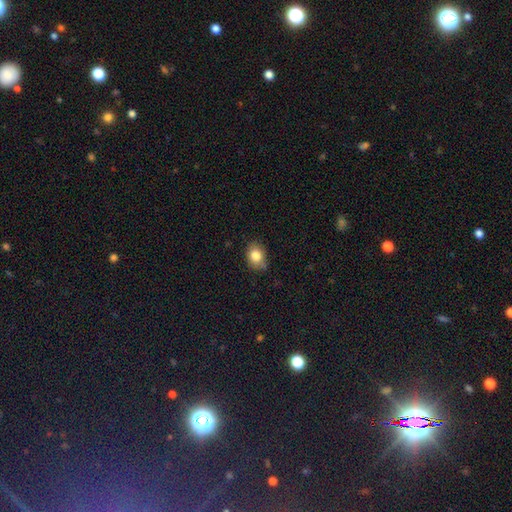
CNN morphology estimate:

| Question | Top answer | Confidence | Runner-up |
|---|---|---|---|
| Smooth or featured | smooth | 82% | star or artifact (9%) |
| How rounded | in between | 55% | round (44%) |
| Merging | none | 75% | minor disturbance (20%) |